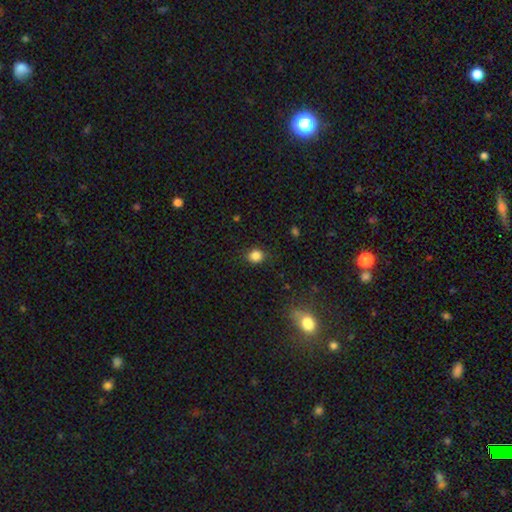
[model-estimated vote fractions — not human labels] The model was most divided on "how rounded": round: 78%, in between: 21%, cigar-shaped: 1%. More confident: merging — none (85%); smooth or featured — smooth (85%).